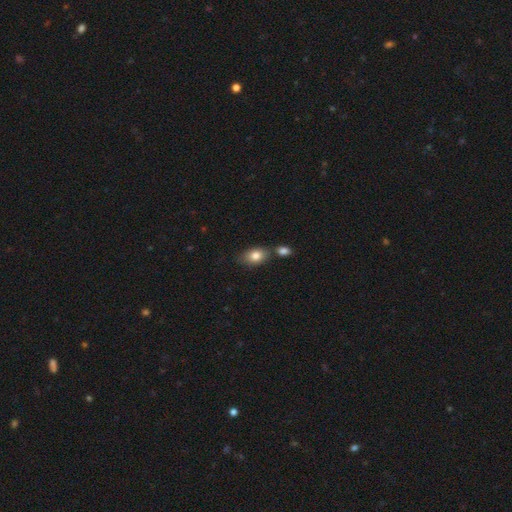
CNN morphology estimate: type=smooth (81%); roundness=in between (83%); merging=none (62%).